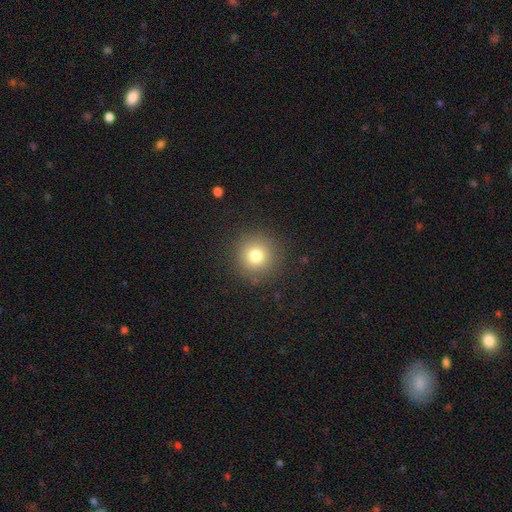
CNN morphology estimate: smooth 76%, star or artifact 14%, featured or disk 10%. Down the decision tree: how rounded — round (95%); merging — none (89%).